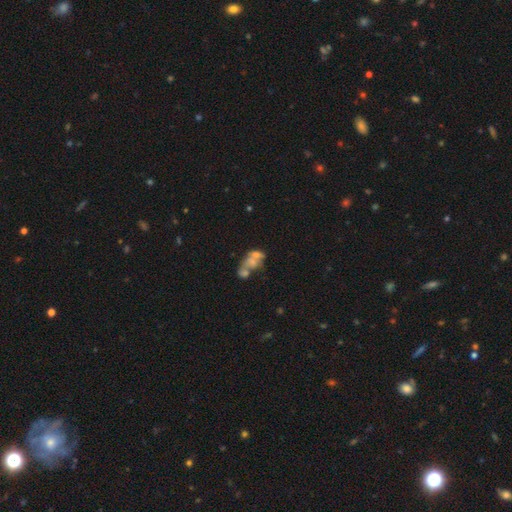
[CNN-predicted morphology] Smooth or featured? Predicted: featured or disk (p=0.43, tied with smooth). Merging? Predicted: merger (p=0.56).